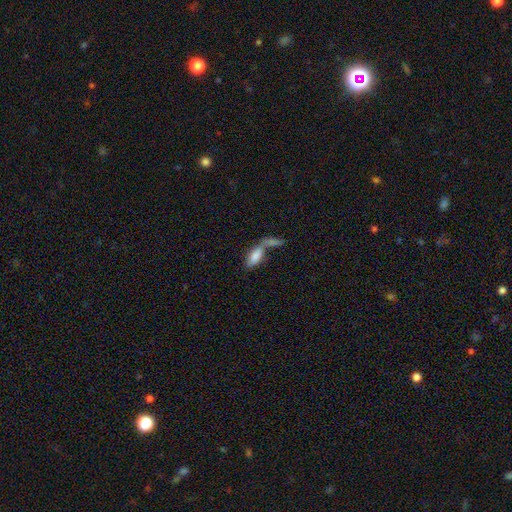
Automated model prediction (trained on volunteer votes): Smooth or featured? smooth (79%)
How rounded? in between (82%)
Merging? merger (62%)